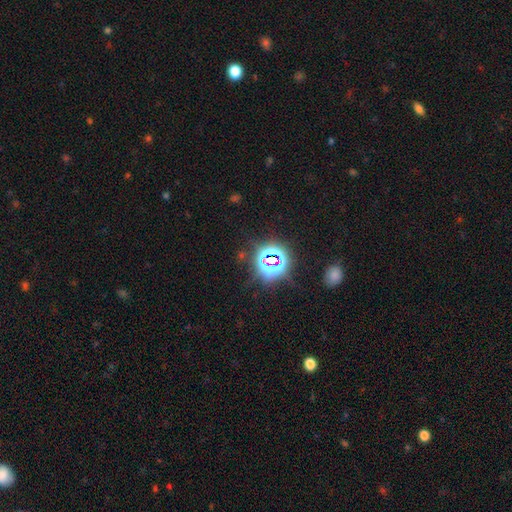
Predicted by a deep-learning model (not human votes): Smooth or featured?
  - star or artifact: 80% *
  - smooth: 13%
  - featured or disk: 7%